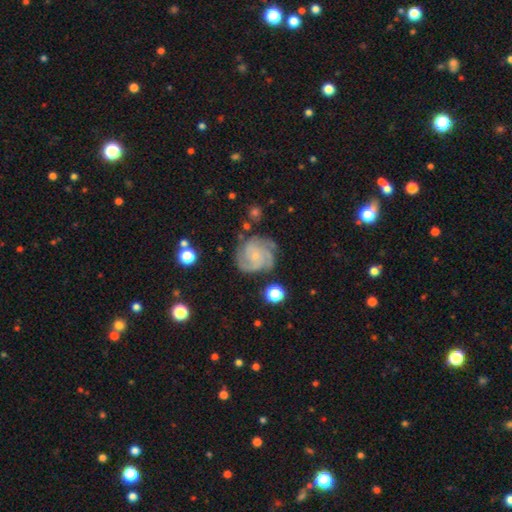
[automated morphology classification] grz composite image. It shows a featured or disk galaxy (83%) with no bar (75%), 3 (38%) tight (54%) spiral arms (96%) and a small central bulge (78%). Merging: none (72%).